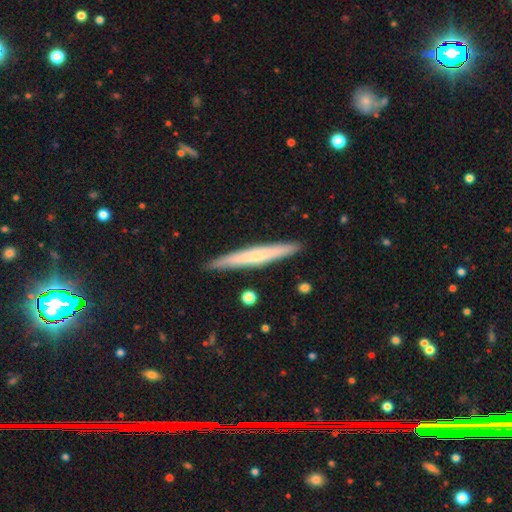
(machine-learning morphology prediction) This appears to be a smooth galaxy with no disk features (50%). Merging: none (91%).